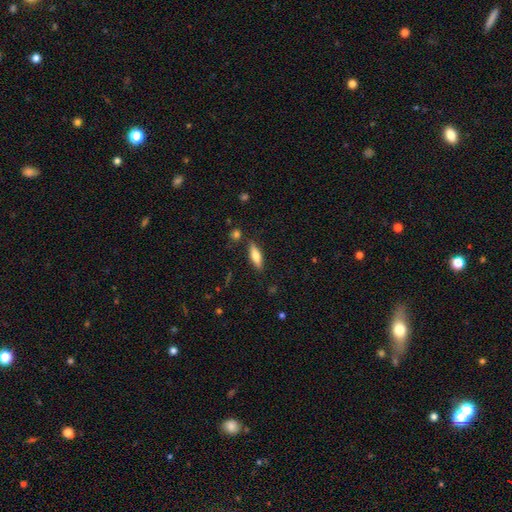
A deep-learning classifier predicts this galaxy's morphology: This appears to be a smooth galaxy with no disk features (65%) that is cigar-shaped (57%). Merging: none (83%).